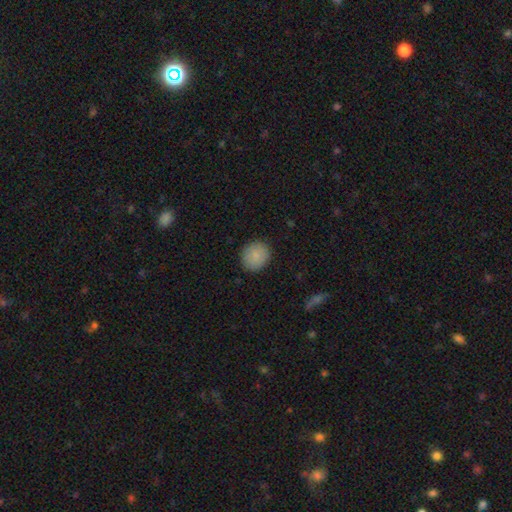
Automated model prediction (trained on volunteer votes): A smooth galaxy with no disk features (88%) that is round (84%). Merging: none (89%).